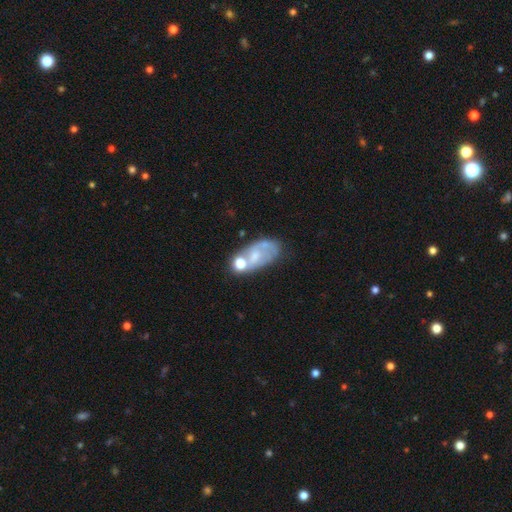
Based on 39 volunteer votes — smooth_or_featured: featured or disk (p=0.67) [alt: smooth p=0.26]
disk_edge_on: no (p=1.00)
bar: no (p=0.50) [alt: weak p=0.42]
has_spiral_arms: no (p=0.58) [alt: yes p=0.42]
bulge_size: small (p=0.50) [alt: moderate p=0.27]
merging: none (p=0.47) [alt: major disturbance p=0.19]